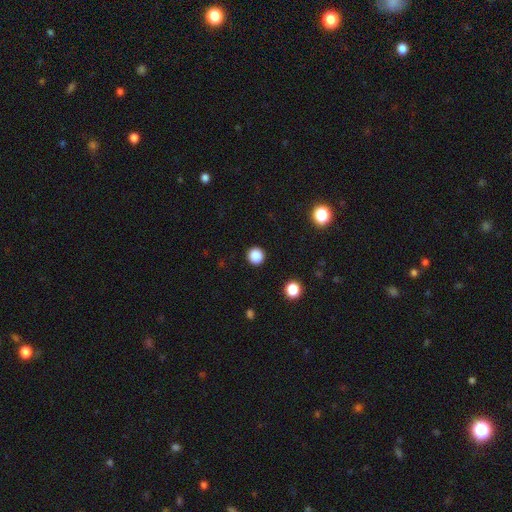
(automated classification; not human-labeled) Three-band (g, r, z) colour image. It shows a smooth galaxy with no disk features (86%) that is round (94%). Merging: none (92%).